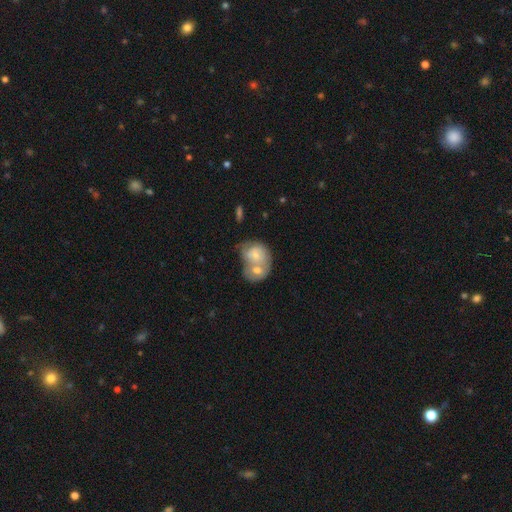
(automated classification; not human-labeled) Smooth or featured?
  - smooth: 63% *
  - featured or disk: 31%
  - star or artifact: 6%
How rounded?
  - round: 52% *
  - in between: 47%
  - cigar-shaped: 1%
Merging?
  - merger: 72% *
  - none: 15%
  - minor disturbance: 8%
  - major disturbance: 5%